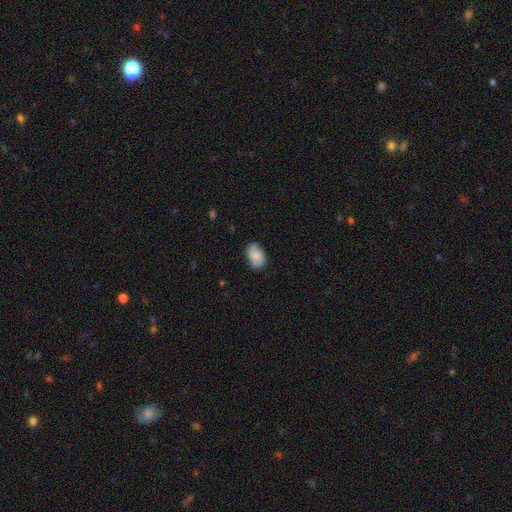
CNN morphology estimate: Smooth or featured?
  - smooth: 67% *
  - featured or disk: 25%
  - star or artifact: 8%
How rounded?
  - in between: 86% *
  - round: 12%
  - cigar-shaped: 2%
Merging?
  - none: 73% *
  - minor disturbance: 21%
  - major disturbance: 5%
  - merger: 1%